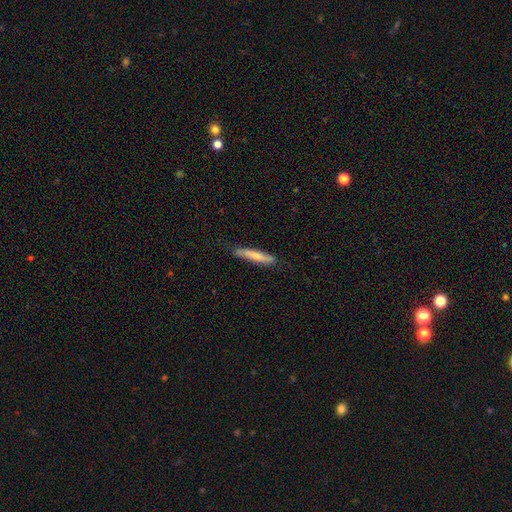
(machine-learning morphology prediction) A smooth galaxy with no disk features (64%) that is cigar-shaped (90%).

Vote fractions:
- Smooth or featured? smooth: 64% / featured or disk: 31% / star or artifact: 5%
- How rounded? cigar-shaped: 90% / in between: 9% / round: 1%
- Merging? none: 76% / minor disturbance: 19% / major disturbance: 3% / merger: 2%